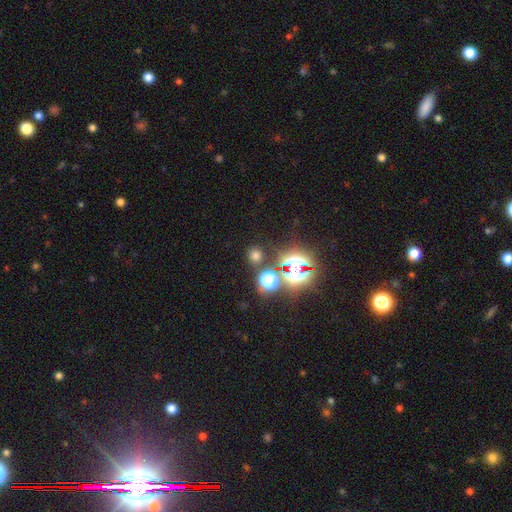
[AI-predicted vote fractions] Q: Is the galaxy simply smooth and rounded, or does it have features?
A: smooth — 59%.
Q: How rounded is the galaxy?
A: round — 87%.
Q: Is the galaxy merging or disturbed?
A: none — 84%.